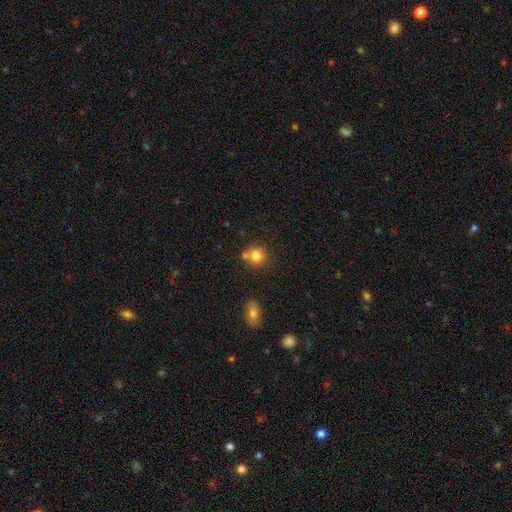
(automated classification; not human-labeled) smooth_or_featured: smooth (p=0.81) [alt: star or artifact p=0.11]
how_rounded: round (p=0.89) [alt: in between p=0.10]
merging: none (p=0.65) [alt: merger p=0.21]